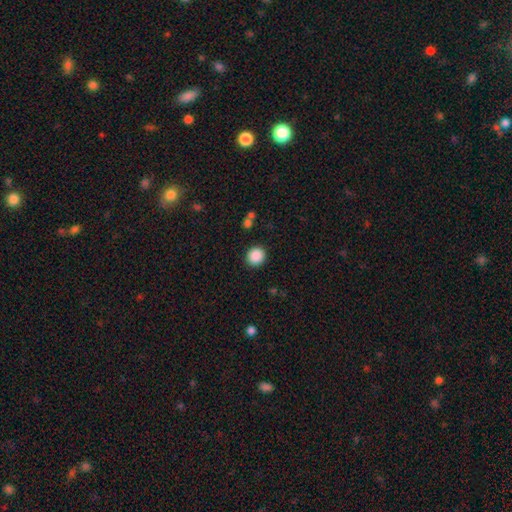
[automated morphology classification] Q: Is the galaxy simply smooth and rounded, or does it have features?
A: smooth — 89%.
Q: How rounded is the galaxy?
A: round — 89%.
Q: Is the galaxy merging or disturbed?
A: none — 90%.